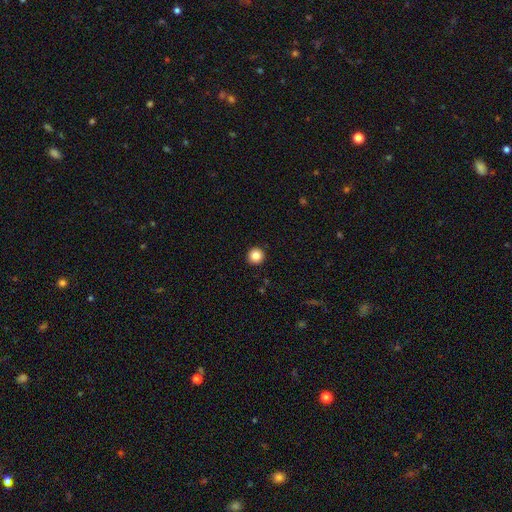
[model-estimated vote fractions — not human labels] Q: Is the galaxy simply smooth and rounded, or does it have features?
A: smooth — 85%.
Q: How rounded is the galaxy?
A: round — 96%.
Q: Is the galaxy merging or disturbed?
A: none — 93%.